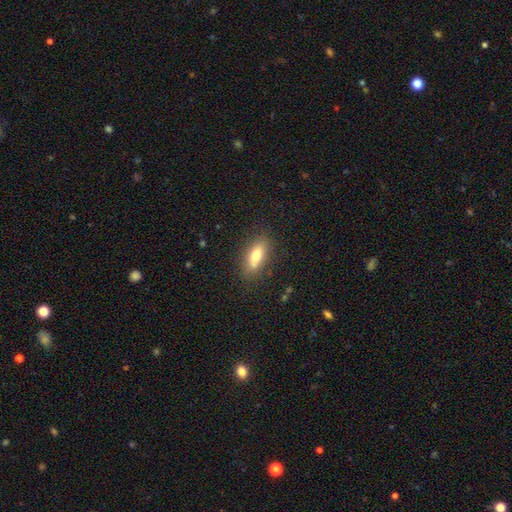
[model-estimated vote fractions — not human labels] This appears to be a smooth galaxy with no disk features (72%) that is in between round and cigar-shaped (74%). Merging: none (80%).